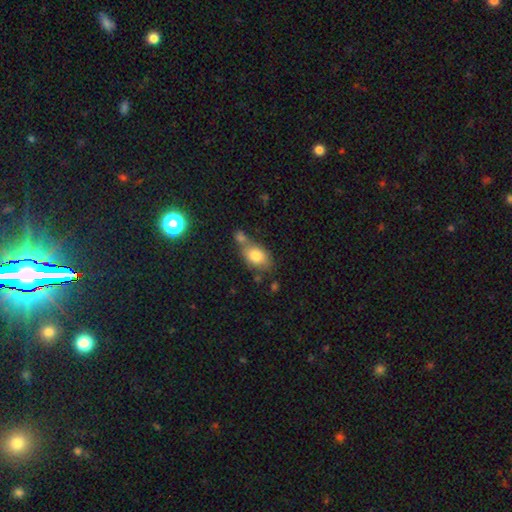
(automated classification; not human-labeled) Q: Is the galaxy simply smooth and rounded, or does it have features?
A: smooth — 79%.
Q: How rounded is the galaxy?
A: in between — 84%.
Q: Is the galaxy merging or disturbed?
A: none — 42%.